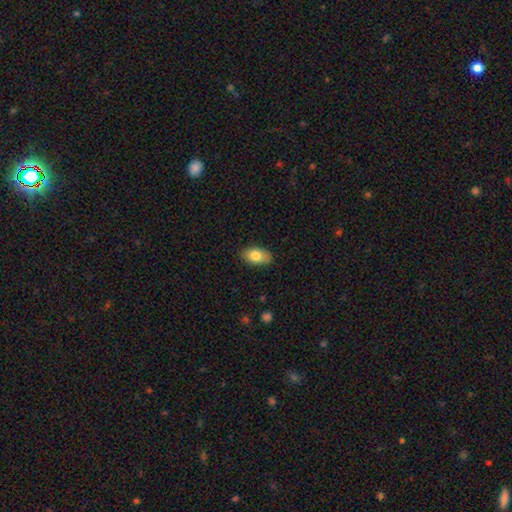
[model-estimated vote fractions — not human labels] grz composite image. It shows a smooth galaxy with no disk features (80%) that is in between round and cigar-shaped (91%). Merging: none (86%).